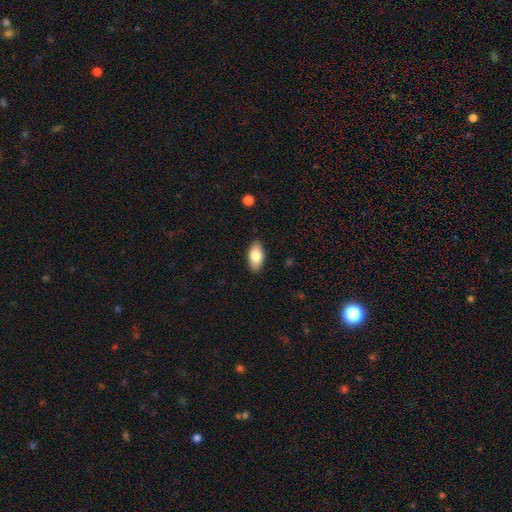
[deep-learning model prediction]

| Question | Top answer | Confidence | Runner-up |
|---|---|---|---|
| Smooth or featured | smooth | 81% | featured or disk (13%) |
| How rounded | in between | 91% | cigar-shaped (6%) |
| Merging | none | 87% | minor disturbance (10%) |